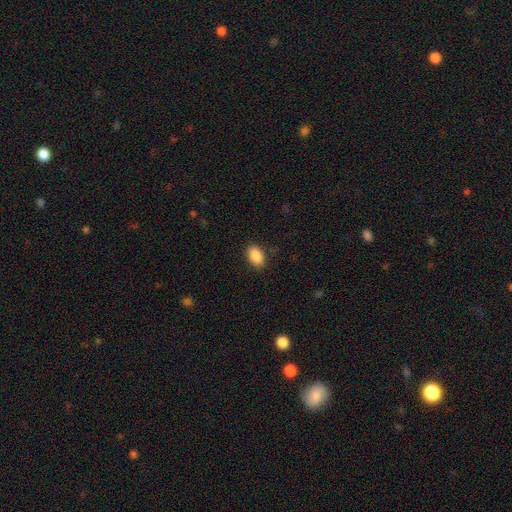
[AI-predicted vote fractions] Smooth or featured?
  - smooth: 89% *
  - star or artifact: 7%
  - featured or disk: 3%
How rounded?
  - in between: 90% *
  - round: 9%
  - cigar-shaped: 1%
Merging?
  - none: 88% *
  - minor disturbance: 9%
  - major disturbance: 2%
  - merger: 1%